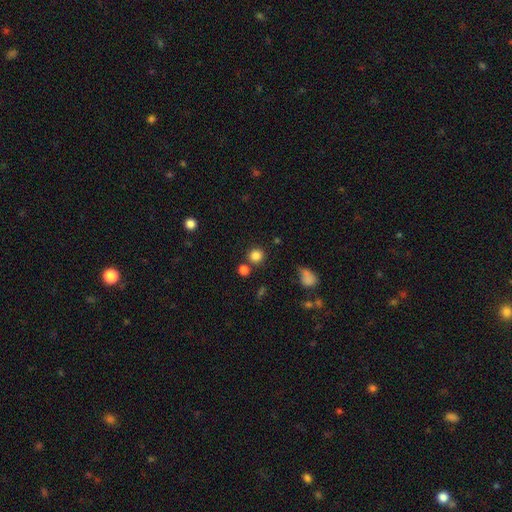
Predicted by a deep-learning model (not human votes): This appears to be a smooth galaxy with no disk features (83%) that is round (89%). Merging: none (78%).